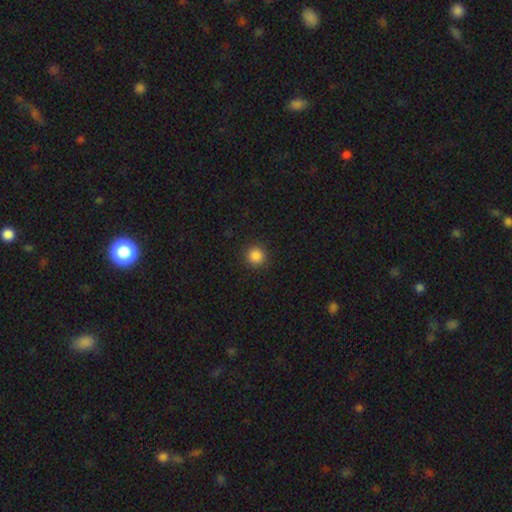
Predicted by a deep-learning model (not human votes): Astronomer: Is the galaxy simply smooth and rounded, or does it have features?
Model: smooth — 87%.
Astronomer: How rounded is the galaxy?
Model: round — 94%.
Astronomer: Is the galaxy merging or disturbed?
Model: none — 91%.